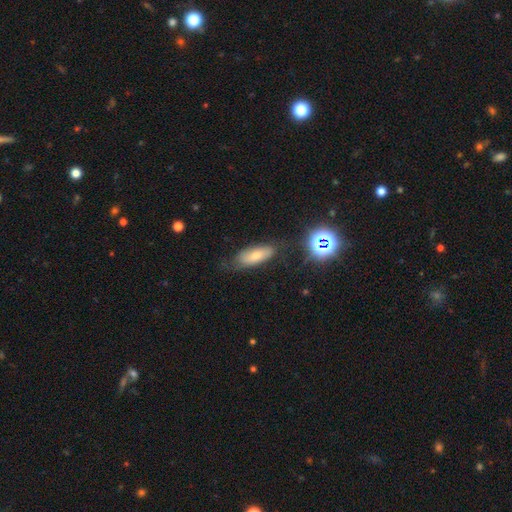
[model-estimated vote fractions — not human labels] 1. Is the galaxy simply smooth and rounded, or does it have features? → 68% smooth, 20% featured or disk, 11% star or artifact.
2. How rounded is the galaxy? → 74% in between, 23% cigar-shaped, 3% round.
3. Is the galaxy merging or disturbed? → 66% none, 23% minor disturbance, 8% major disturbance, 3% merger.